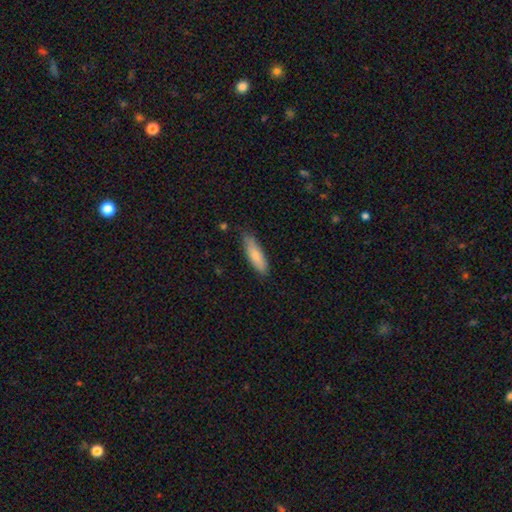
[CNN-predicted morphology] This is clearly a smooth galaxy (81%). How rounded: possibly cigar-shaped (56%). Merging: likely none (76%).